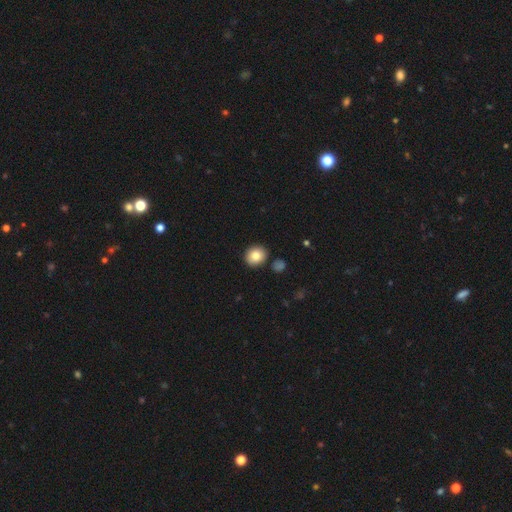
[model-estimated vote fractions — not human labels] smooth-or-featured: smooth: 84% | star or artifact: 9% | featured or disk: 8%
  how-rounded: round: 79% | in between: 20% | cigar-shaped: 1%
  merging: none: 87% | minor disturbance: 8% | merger: 4% | major disturbance: 2%